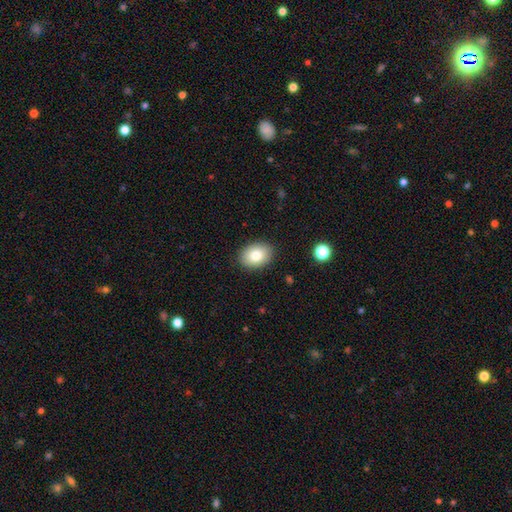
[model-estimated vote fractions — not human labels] The model was most divided on "how rounded": in between: 75%, round: 24%, cigar-shaped: 1%. More confident: merging — none (88%); smooth or featured — smooth (82%).